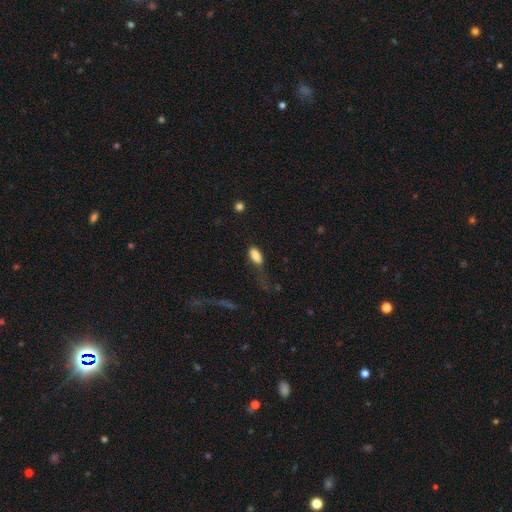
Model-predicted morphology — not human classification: type=smooth (84%); roundness=in between (88%); merging=none (42%).